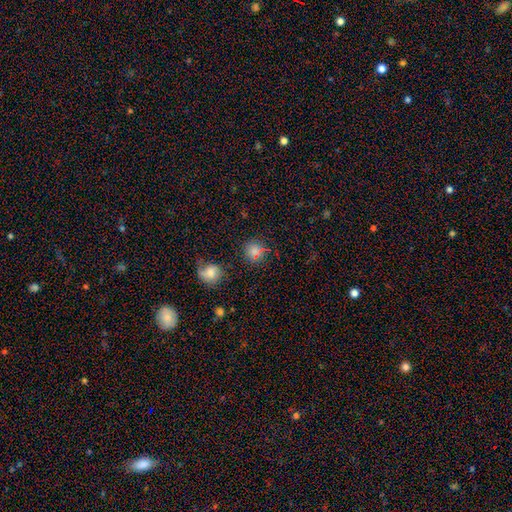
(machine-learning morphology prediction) A smooth galaxy with no disk features (69%) that is round (87%).

Vote fractions:
- Smooth or featured? smooth: 69% / star or artifact: 23% / featured or disk: 8%
- How rounded? round: 87% / in between: 12% / cigar-shaped: 1%
- Merging? none: 77% / minor disturbance: 11% / merger: 7% / major disturbance: 4%